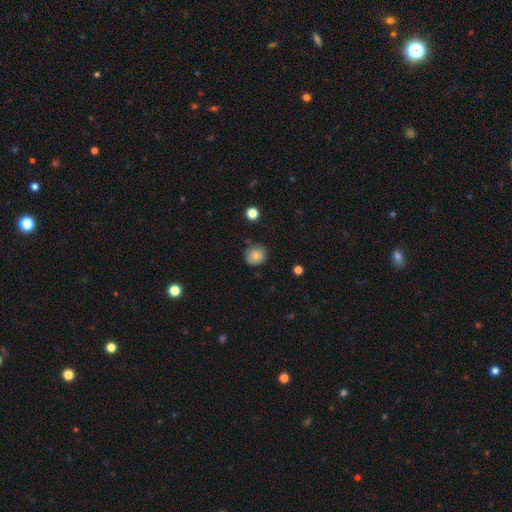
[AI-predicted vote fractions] Smooth or featured: smooth — 82% (star or artifact — 10%)
How rounded: round — 84% (in between — 15%)
Merging: none — 75% (minor disturbance — 19%)